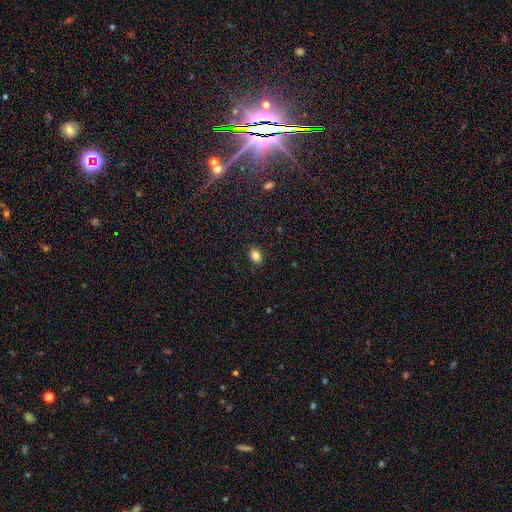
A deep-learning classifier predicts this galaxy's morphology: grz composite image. It shows a smooth galaxy with no disk features (84%) that is in between round and cigar-shaped (77%). Merging: none (88%).